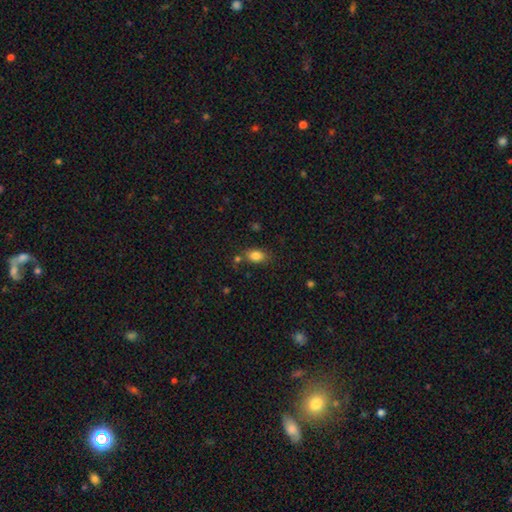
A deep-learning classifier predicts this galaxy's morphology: Smooth or featured?
  - smooth: 83% *
  - star or artifact: 10%
  - featured or disk: 7%
How rounded?
  - in between: 81% *
  - round: 17%
  - cigar-shaped: 2%
Merging?
  - none: 73% *
  - minor disturbance: 15%
  - merger: 8%
  - major disturbance: 4%